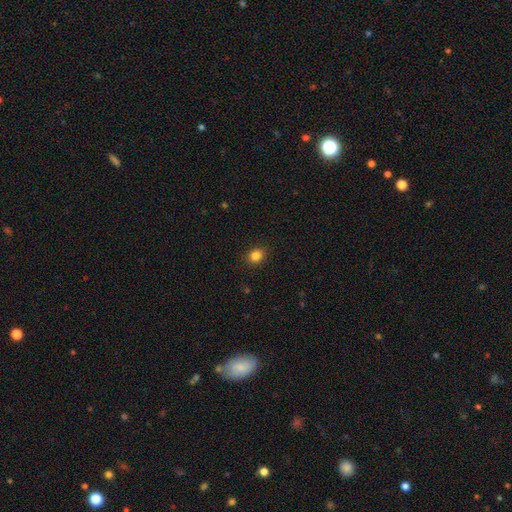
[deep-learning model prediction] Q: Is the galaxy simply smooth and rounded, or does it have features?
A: smooth — 84%.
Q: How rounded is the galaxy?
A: round — 67%.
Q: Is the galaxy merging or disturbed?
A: none — 90%.